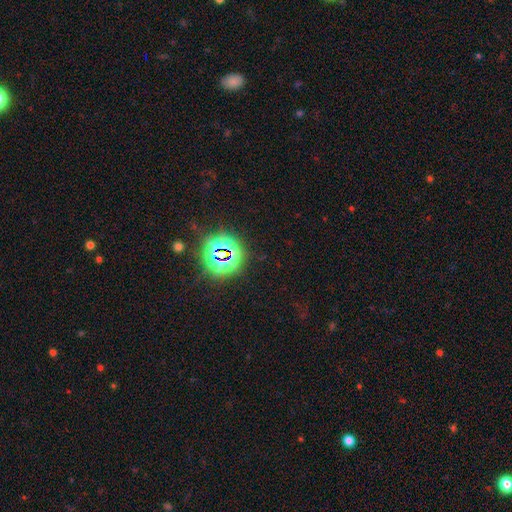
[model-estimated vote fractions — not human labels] A star or artifact, not a galaxy (79%).